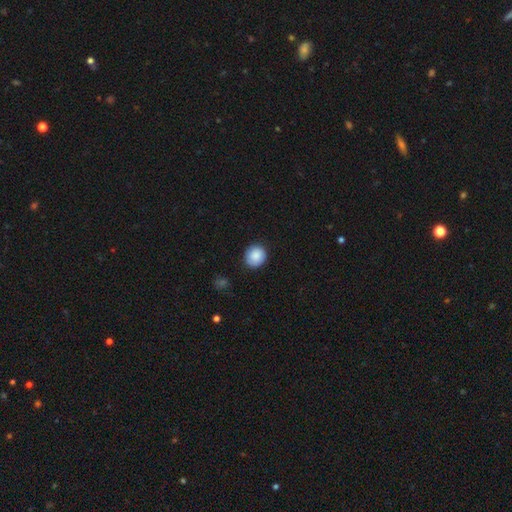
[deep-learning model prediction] This appears to be a smooth galaxy with no disk features (86%) that is round (85%). Merging: none (85%).